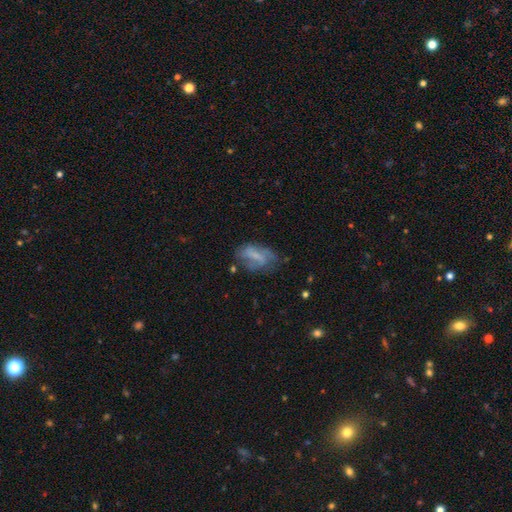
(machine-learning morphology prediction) The model was most divided on "smooth or featured": smooth: 46%, featured or disk: 44%, star or artifact: 10%. Remaining: merging — none (47%).